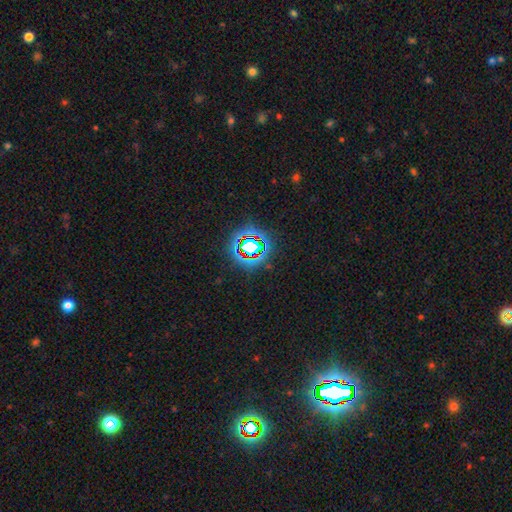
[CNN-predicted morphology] Smooth or featured: star or artifact — 76% (smooth — 13%)